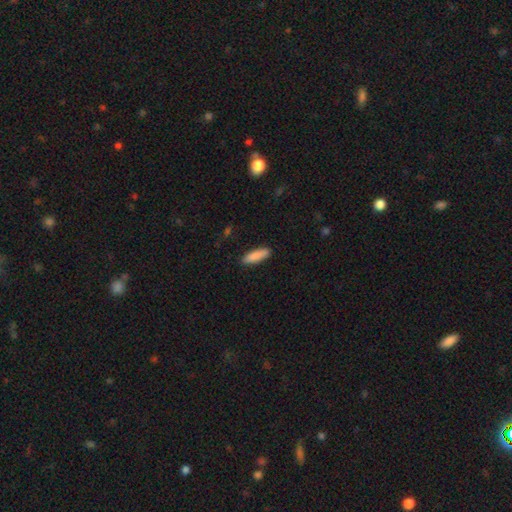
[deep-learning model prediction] smooth 88%, featured or disk 6%, star or artifact 6%. Down the decision tree: how rounded — cigar-shaped (61%); merging — none (88%).